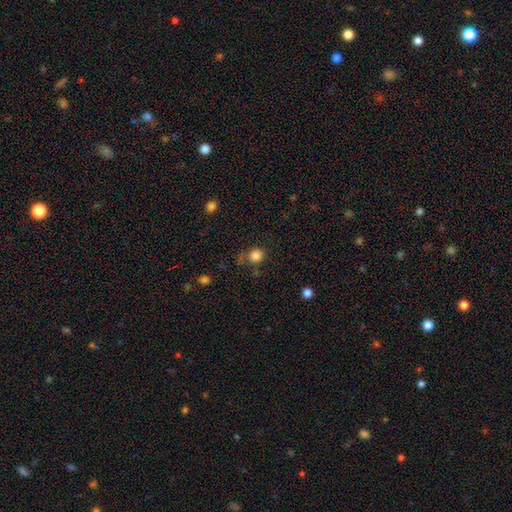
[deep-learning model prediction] This appears to be a smooth galaxy with no disk features (84%) that is round (83%). Merging: none (71%).